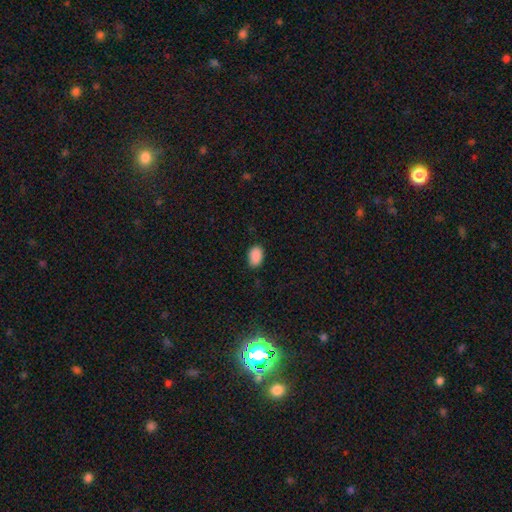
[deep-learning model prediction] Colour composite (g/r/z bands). It shows a smooth galaxy with no disk features (89%) that is in between round and cigar-shaped (89%). Merging: none (84%).